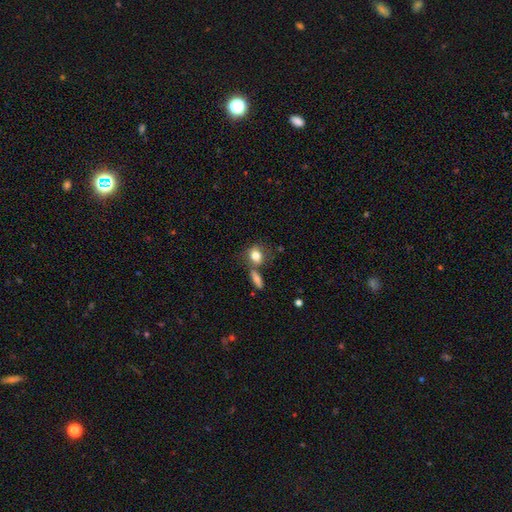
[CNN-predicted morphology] The model was most divided on "how rounded": in between: 49%, round: 48%, cigar-shaped: 3%. More confident: smooth or featured — smooth (80%); merging — none (53%).